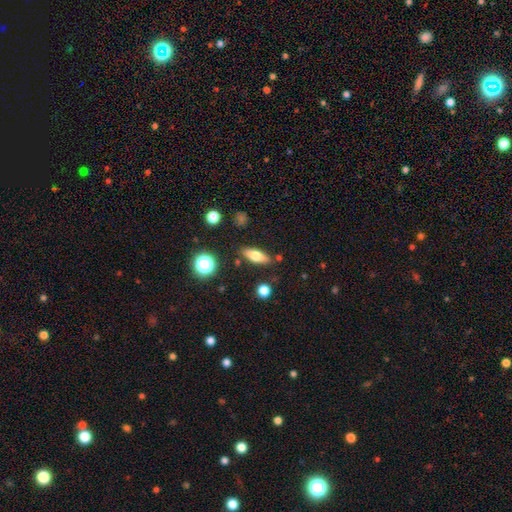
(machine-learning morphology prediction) Q: Smooth or featured?
A: smooth (64%); runner-up: featured or disk (27%)
Q: How rounded?
A: in between (63%); runner-up: cigar-shaped (32%)
Q: Merging?
A: none (83%); runner-up: minor disturbance (11%)